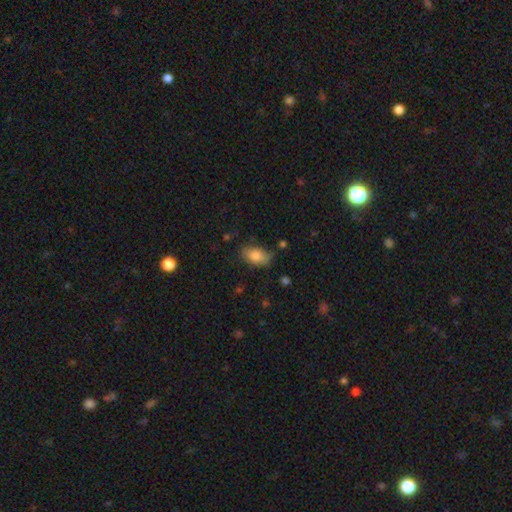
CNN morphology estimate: A smooth galaxy with no disk features (82%) that is in between round and cigar-shaped (90%). Merging: none (73%).